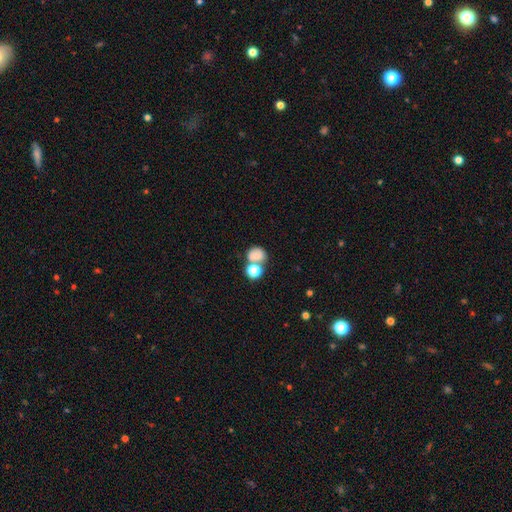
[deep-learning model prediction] This appears to be a smooth galaxy with no disk features (74%) that is round (62%). Merging: merger (44%).